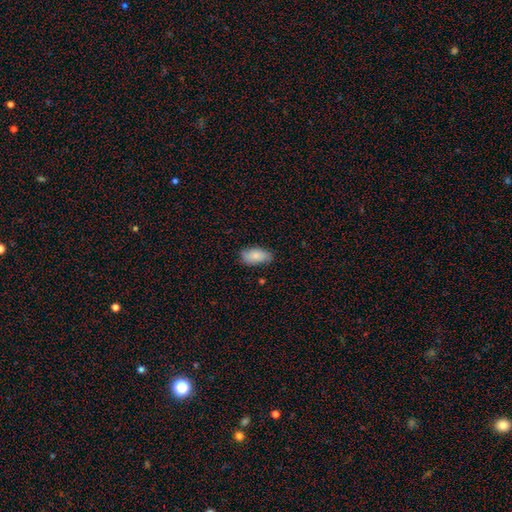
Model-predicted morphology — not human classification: smooth-or-featured: smooth: 85% | featured or disk: 8% | star or artifact: 6%
  how-rounded: in between: 92% | cigar-shaped: 6% | round: 2%
  merging: none: 79% | minor disturbance: 17% | major disturbance: 3% | merger: 1%